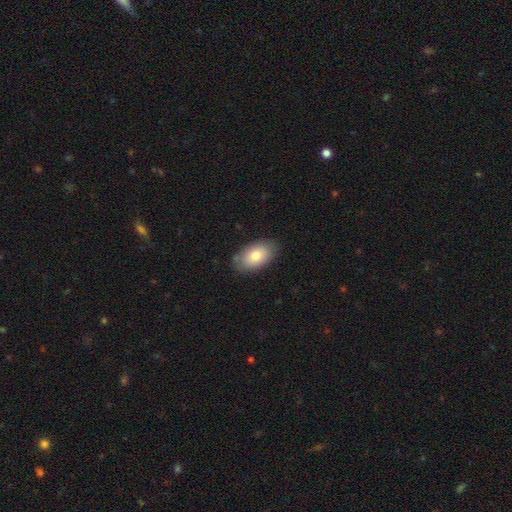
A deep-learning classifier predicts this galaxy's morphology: Q: Smooth or featured?
A: smooth (78%); runner-up: featured or disk (16%)
Q: How rounded?
A: in between (92%); runner-up: round (7%)
Q: Merging?
A: none (83%); runner-up: minor disturbance (13%)